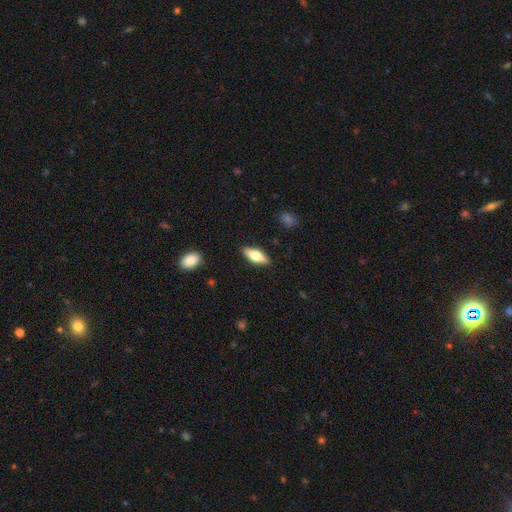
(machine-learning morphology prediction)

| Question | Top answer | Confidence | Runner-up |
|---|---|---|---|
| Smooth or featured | smooth | 58% | featured or disk (36%) |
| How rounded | in between | 63% | cigar-shaped (34%) |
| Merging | none | 88% | minor disturbance (9%) |